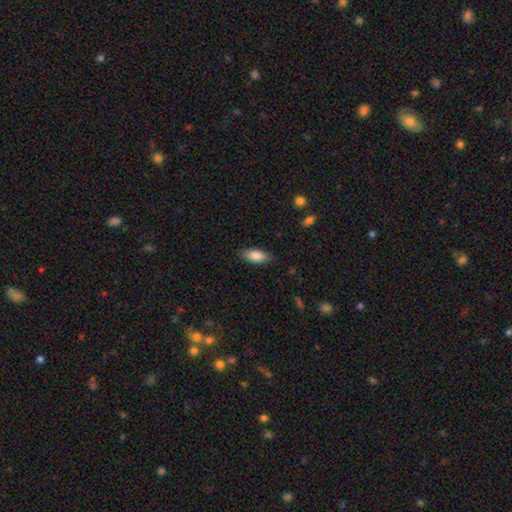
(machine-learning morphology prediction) Overall: smooth (86%). How rounded: in between (86%). Merging: none (82%).